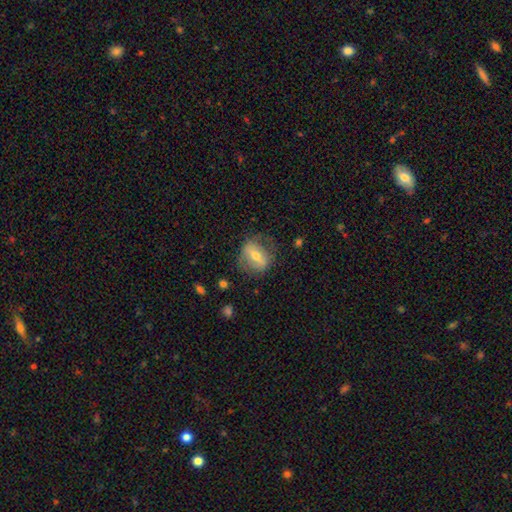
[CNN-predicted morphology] Q: Smooth or featured?
A: featured or disk (53%); runner-up: smooth (39%)
Q: Edge-on disk?
A: no (80%); runner-up: yes (20%)
Q: Merging?
A: none (71%); runner-up: minor disturbance (18%)